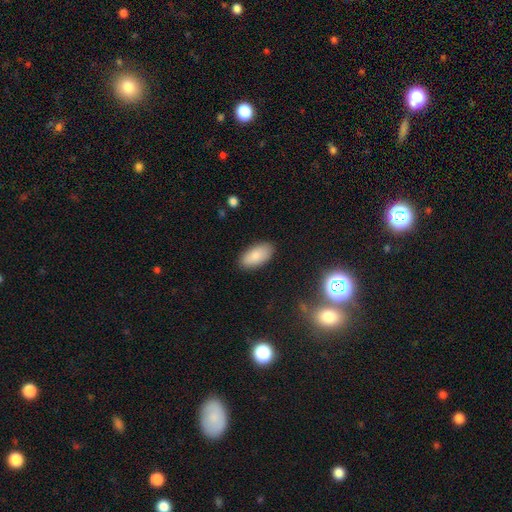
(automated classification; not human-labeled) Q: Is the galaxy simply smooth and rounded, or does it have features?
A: smooth — 85%.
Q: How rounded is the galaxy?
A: in between — 94%.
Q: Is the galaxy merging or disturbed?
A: none — 87%.